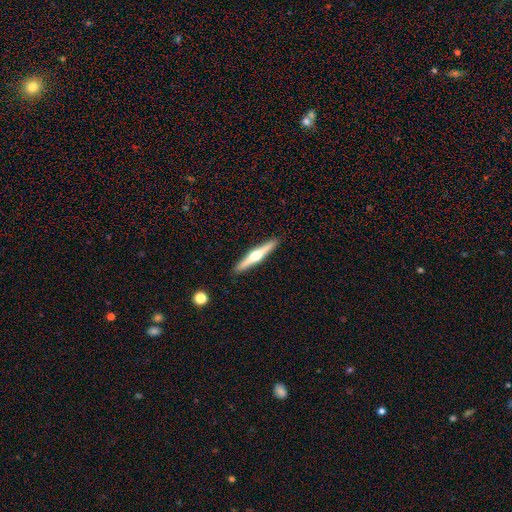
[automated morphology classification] Smooth or featured? featured or disk (72%)
Edge-on disk? yes (98%)
Edge-on bulge? rounded (95%)
Merging? none (92%)